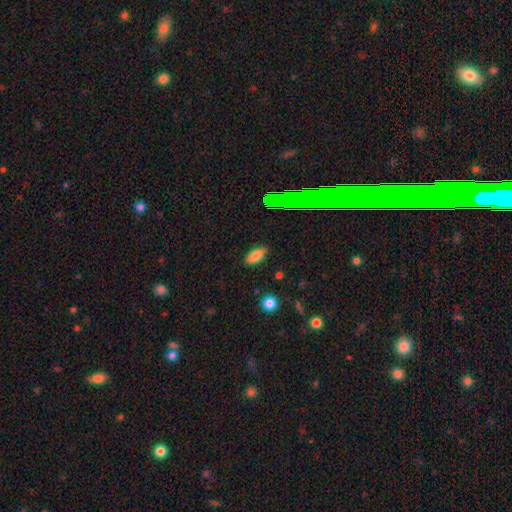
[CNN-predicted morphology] The model was most divided on "smooth or featured": smooth: 78%, star or artifact: 12%, featured or disk: 10%. More confident: how rounded — in between (88%); merging — none (86%).